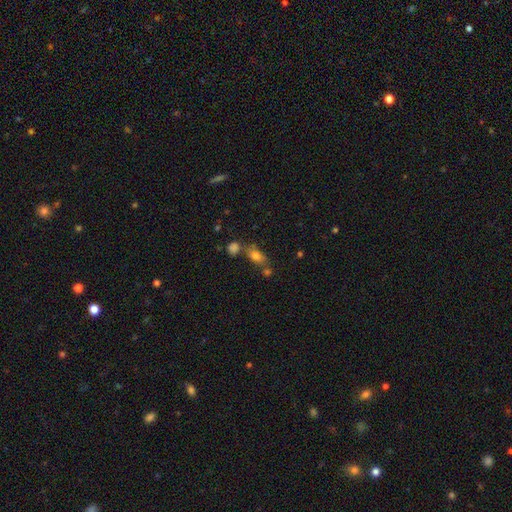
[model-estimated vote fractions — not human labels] Smooth or featured? Predicted: smooth (p=0.74). How rounded? Predicted: in between (p=0.79). Merging? Predicted: none (p=0.56).